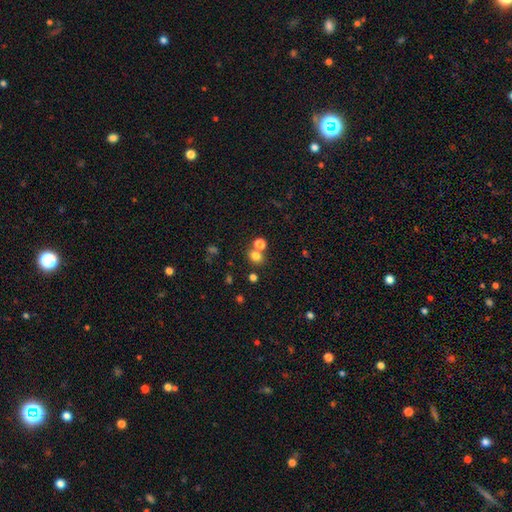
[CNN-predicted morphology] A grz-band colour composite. It shows a smooth galaxy with no disk features (75%) that is round (60%). Merging: none (58%).